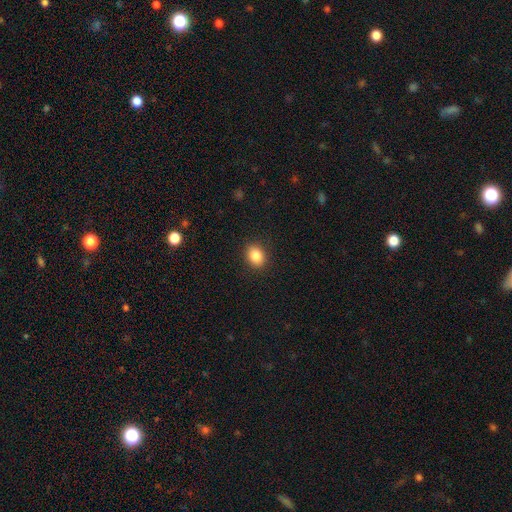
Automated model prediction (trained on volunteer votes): A smooth galaxy with no disk features (86%) that is in between round and cigar-shaped (58%).

Vote fractions:
- Smooth or featured? smooth: 86% / star or artifact: 9% / featured or disk: 4%
- How rounded? in between: 58% / round: 41% / cigar-shaped: 1%
- Merging? none: 89% / minor disturbance: 8% / major disturbance: 2% / merger: 1%